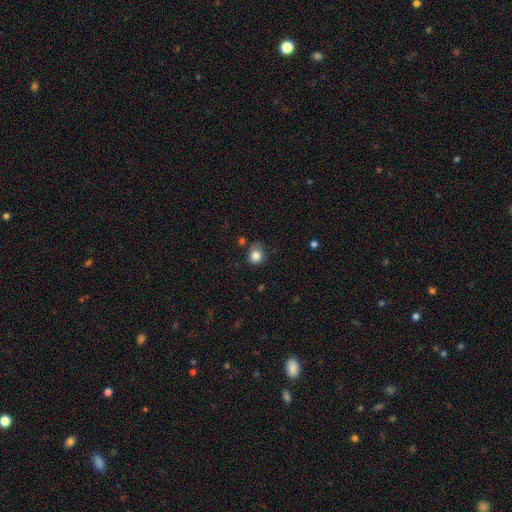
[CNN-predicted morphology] Overall: smooth (84%). How rounded: round (81%). Merging: none (69%).